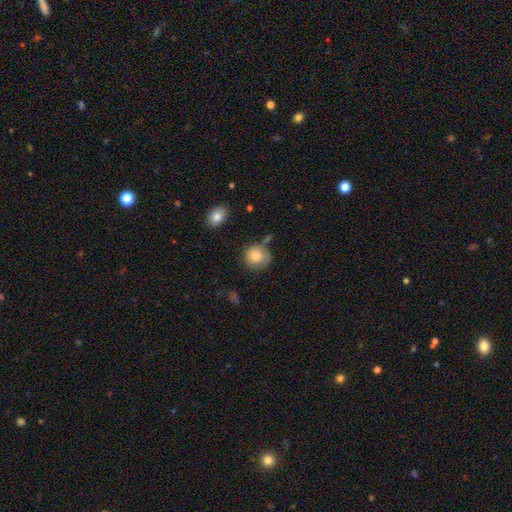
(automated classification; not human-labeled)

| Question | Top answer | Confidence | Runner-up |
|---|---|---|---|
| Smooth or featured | smooth | 81% | featured or disk (11%) |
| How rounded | round | 86% | in between (13%) |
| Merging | none | 62% | minor disturbance (24%) |